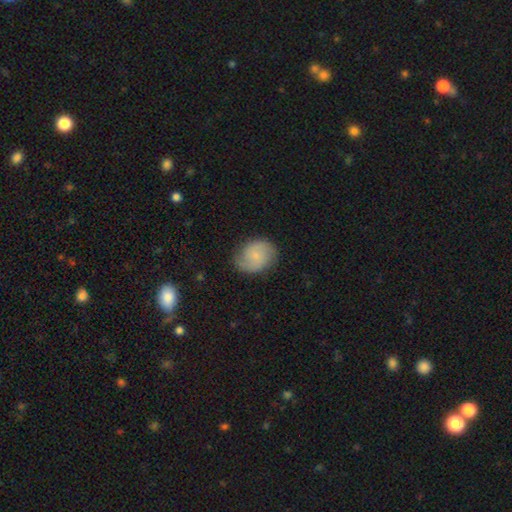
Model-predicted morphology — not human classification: featured or disk 51%, smooth 42%, star or artifact 7%. Down the decision tree: edge-on disk — no (97%); merging — none (79%).